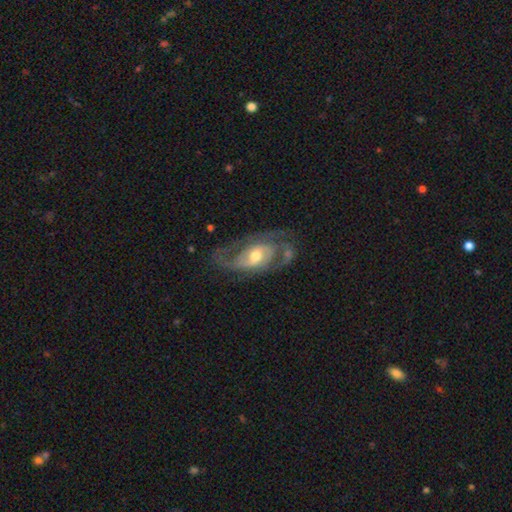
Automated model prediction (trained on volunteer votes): featured or disk 85%, smooth 10%, star or artifact 5%. Down the decision tree: edge-on disk — no (95%); bar — no (48%); spiral arms — yes (92%); spiral arm count — 2 (67%); spiral winding — medium (50%); bulge size — moderate (67%); merging — none (61%).